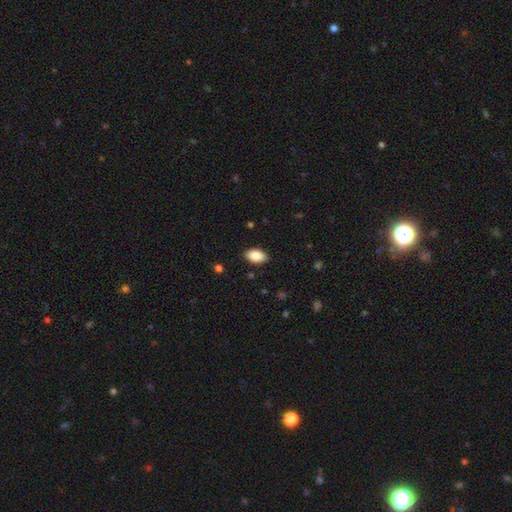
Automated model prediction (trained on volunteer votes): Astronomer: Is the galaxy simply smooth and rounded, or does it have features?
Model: smooth — 87%.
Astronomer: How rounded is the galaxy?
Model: in between — 92%.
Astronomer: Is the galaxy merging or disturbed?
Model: none — 87%.